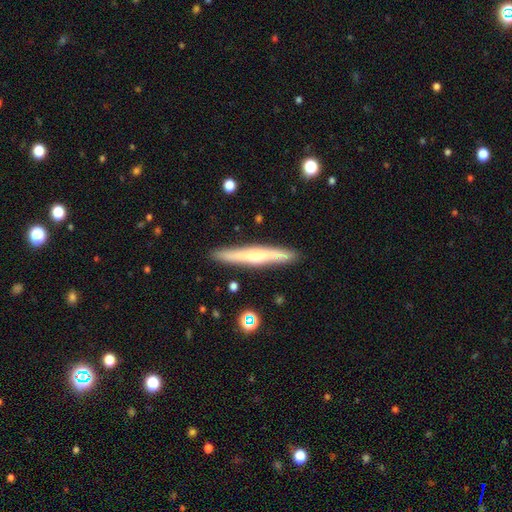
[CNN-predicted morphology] The model was most divided on "smooth or featured": featured or disk: 54%, smooth: 40%, star or artifact: 6%. More confident: edge-on disk — yes (95%); merging — none (88%); edge-on bulge — rounded (62%).